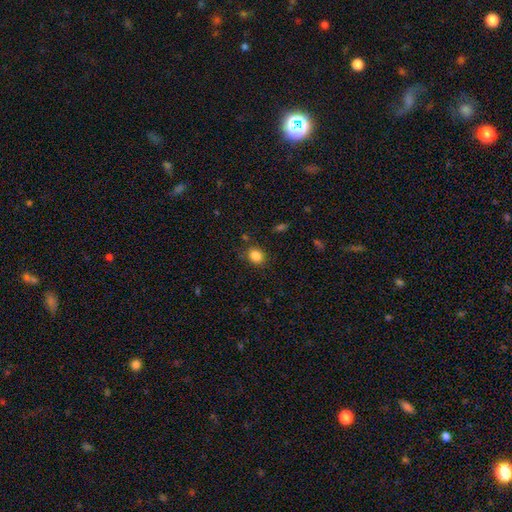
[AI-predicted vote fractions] A smooth galaxy with no disk features (85%) that is round (62%).

Vote fractions:
- Smooth or featured? smooth: 85% / star or artifact: 11% / featured or disk: 4%
- How rounded? round: 62% / in between: 37% / cigar-shaped: 1%
- Merging? none: 82% / minor disturbance: 12% / major disturbance: 4% / merger: 2%